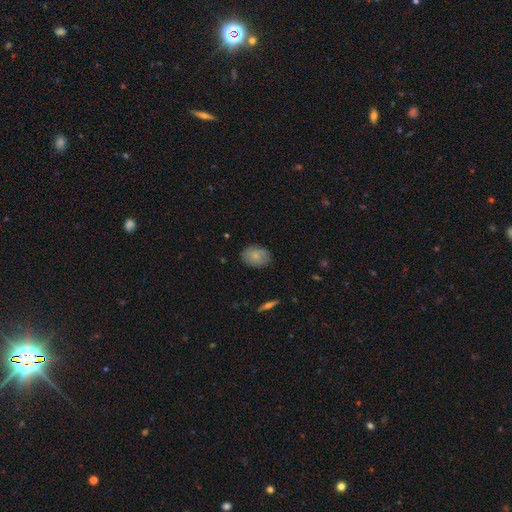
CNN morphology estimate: smooth_or_featured: smooth (p=0.78) [alt: featured or disk p=0.14]
how_rounded: in between (p=0.75) [alt: round p=0.24]
merging: none (p=0.81) [alt: minor disturbance p=0.15]